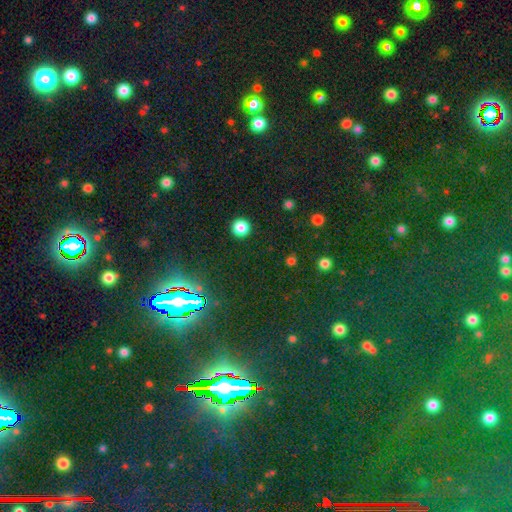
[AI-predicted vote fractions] Smooth or featured: star or artifact — 78% (smooth — 15%)